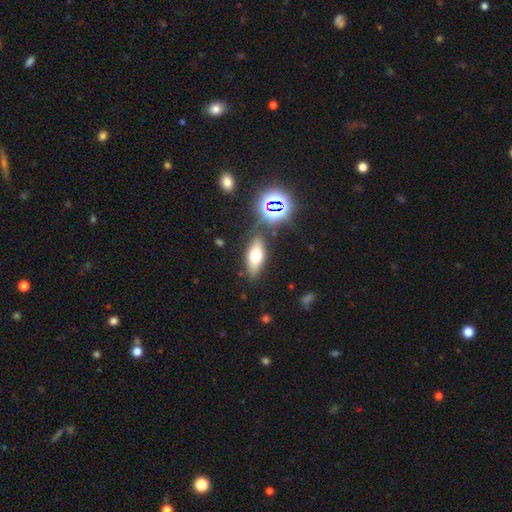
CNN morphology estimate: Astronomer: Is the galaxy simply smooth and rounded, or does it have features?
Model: smooth — 60%.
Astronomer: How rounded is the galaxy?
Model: in between — 75%.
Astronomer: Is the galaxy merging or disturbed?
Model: none — 81%.